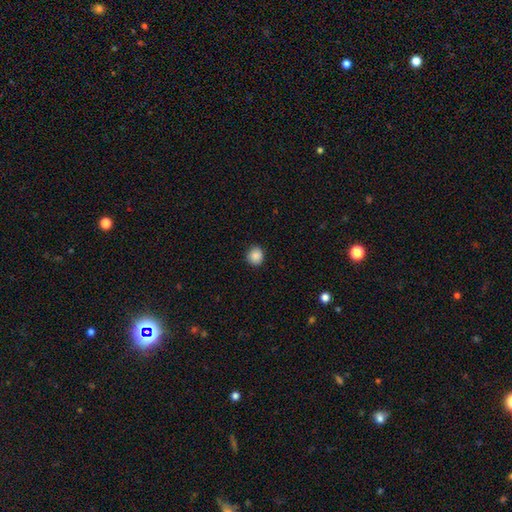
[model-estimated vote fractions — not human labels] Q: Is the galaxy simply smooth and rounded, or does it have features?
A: smooth — 88%.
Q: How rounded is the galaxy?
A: round — 89%.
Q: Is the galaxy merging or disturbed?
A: none — 91%.